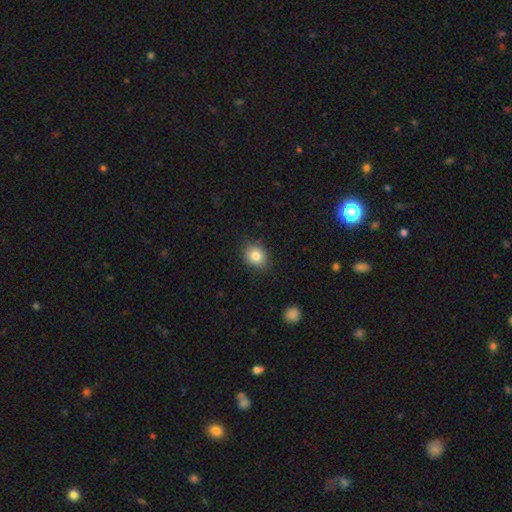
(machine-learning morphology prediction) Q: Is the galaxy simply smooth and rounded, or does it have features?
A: smooth — 83%.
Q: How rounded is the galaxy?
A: round — 60%.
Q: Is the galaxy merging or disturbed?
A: none — 84%.